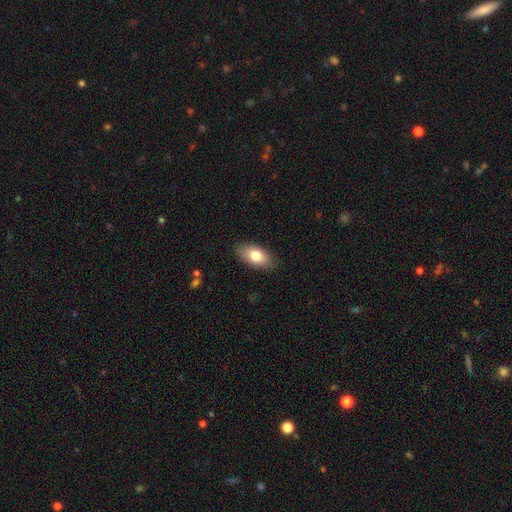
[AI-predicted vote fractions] Smooth or featured? smooth (80%)
How rounded? in between (91%)
Merging? none (87%)